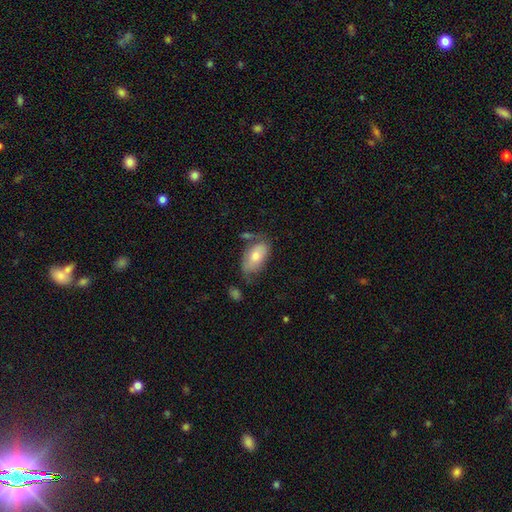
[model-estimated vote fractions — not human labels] Morphology: type=smooth (65%); roundness=in between (93%); merging=none (52%).